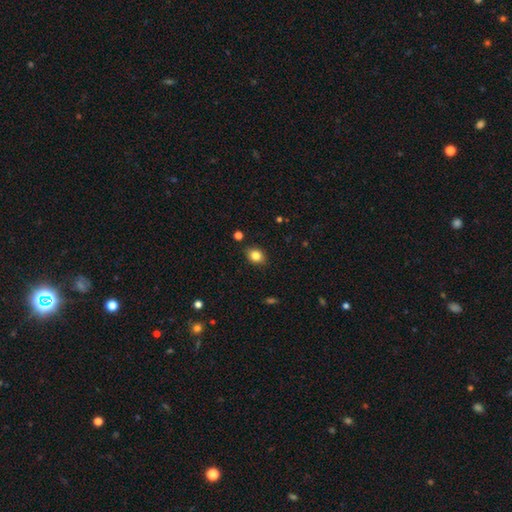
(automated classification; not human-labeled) This appears to be a smooth galaxy with no disk features (82%) that is in between round and cigar-shaped (56%). Merging: none (86%).